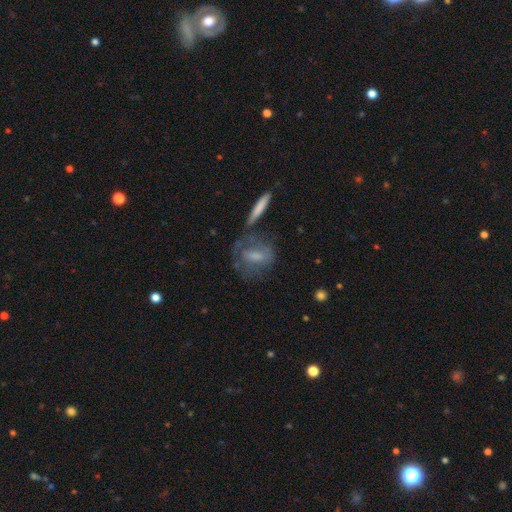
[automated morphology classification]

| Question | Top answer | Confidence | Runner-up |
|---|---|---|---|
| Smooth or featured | smooth | 46% | featured or disk (45%) |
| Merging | none | 48% | major disturbance (21%) |